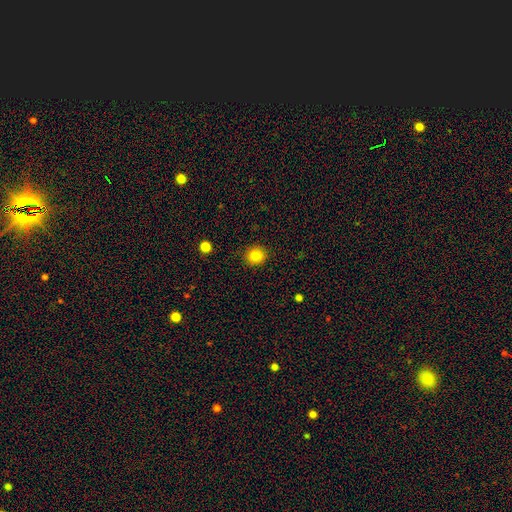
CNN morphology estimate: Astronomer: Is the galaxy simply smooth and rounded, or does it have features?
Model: smooth — 83%.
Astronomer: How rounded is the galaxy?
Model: round — 88%.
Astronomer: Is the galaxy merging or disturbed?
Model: none — 91%.